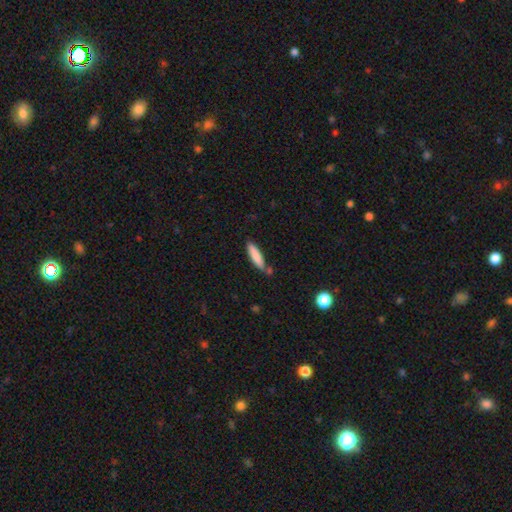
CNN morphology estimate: A smooth galaxy with no disk features (83%) that is cigar-shaped (76%). Merging: none (73%).